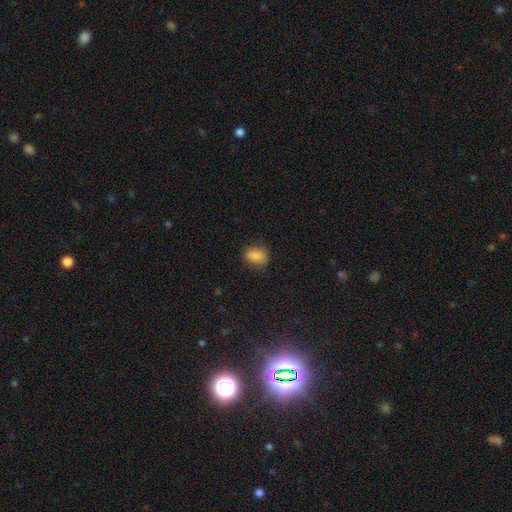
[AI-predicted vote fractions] A smooth galaxy with no disk features (85%) that is in between round and cigar-shaped (76%).

Vote fractions:
- Smooth or featured? smooth: 85% / star or artifact: 10% / featured or disk: 5%
- How rounded? in between: 76% / round: 21% / cigar-shaped: 3%
- Merging? none: 73% / minor disturbance: 21% / major disturbance: 6% / merger: 1%